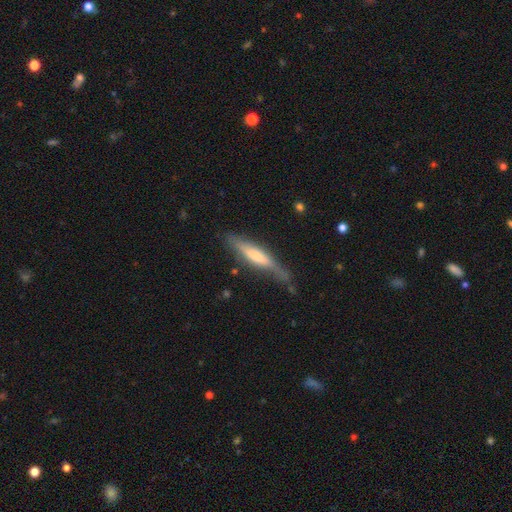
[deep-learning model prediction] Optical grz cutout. It shows a featured or disk galaxy (55%) viewed edge-on (86%). Merging: none (62%).